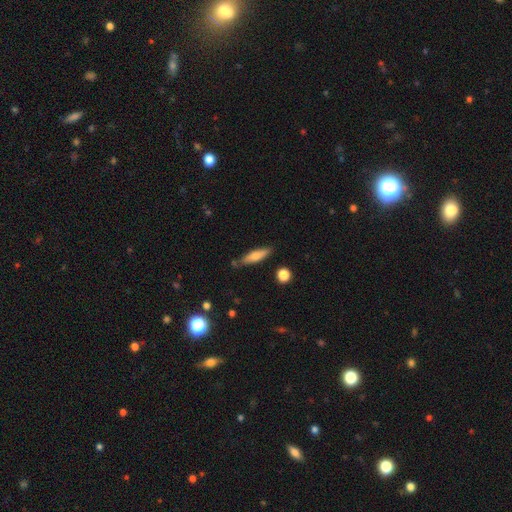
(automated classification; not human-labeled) smooth_or_featured: smooth (p=0.68) [alt: featured or disk p=0.25]
how_rounded: cigar-shaped (p=0.71) [alt: in between p=0.27]
merging: none (p=0.79) [alt: minor disturbance p=0.14]